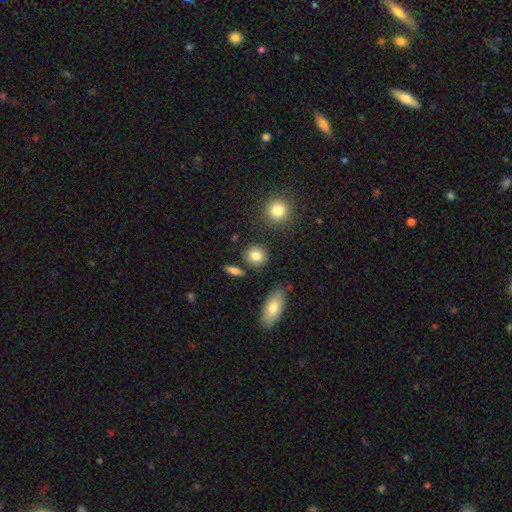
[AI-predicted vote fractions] This is clearly a smooth galaxy (83%). How rounded: likely round (79%). Merging: clearly none (83%).